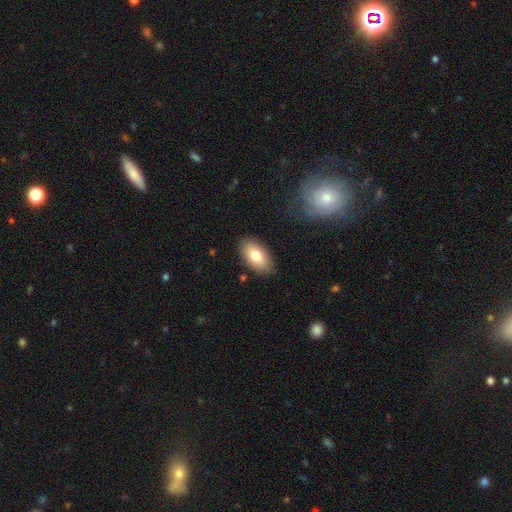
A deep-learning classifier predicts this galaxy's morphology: Smooth or featured?
  - smooth: 79% *
  - featured or disk: 15%
  - star or artifact: 7%
How rounded?
  - in between: 94% *
  - round: 3%
  - cigar-shaped: 3%
Merging?
  - none: 85% *
  - minor disturbance: 11%
  - major disturbance: 3%
  - merger: 2%